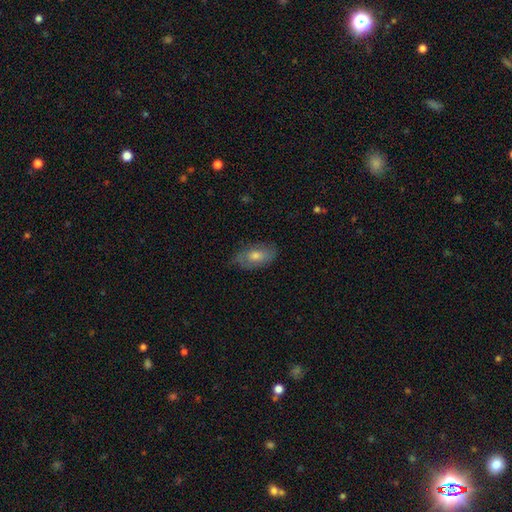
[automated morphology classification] Overall: smooth (52%; featured or disk 39%). How rounded: in between (89%). Merging: none (76%).